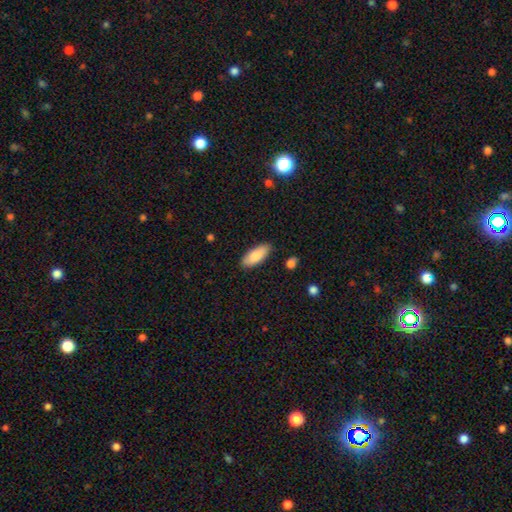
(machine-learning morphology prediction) Q: Smooth or featured?
A: smooth (86%); runner-up: featured or disk (8%)
Q: How rounded?
A: in between (81%); runner-up: cigar-shaped (18%)
Q: Merging?
A: none (85%); runner-up: minor disturbance (12%)